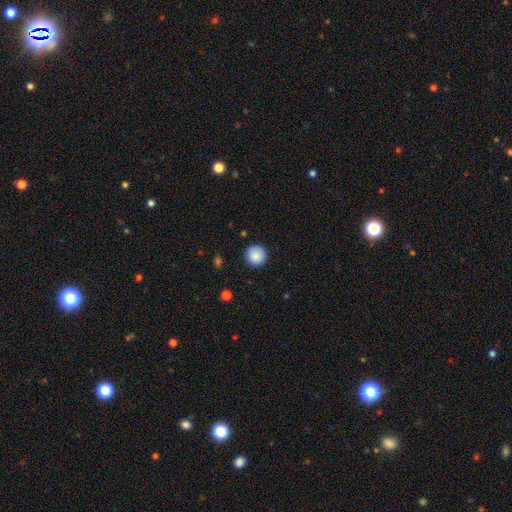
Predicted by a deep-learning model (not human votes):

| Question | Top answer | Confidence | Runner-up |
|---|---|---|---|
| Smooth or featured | smooth | 88% | star or artifact (8%) |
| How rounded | round | 95% | in between (4%) |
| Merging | none | 91% | minor disturbance (6%) |